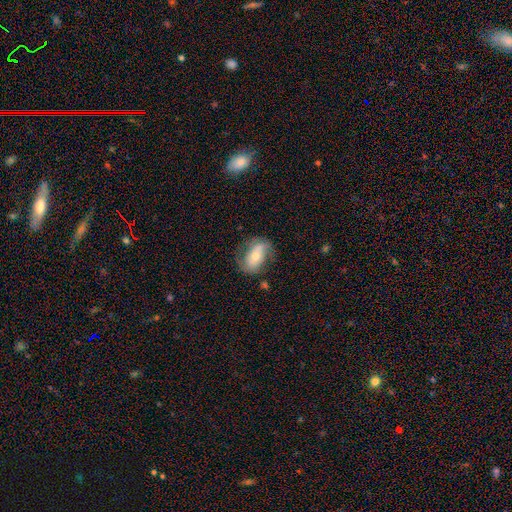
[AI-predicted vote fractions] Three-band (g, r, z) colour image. It shows a featured or disk galaxy (56%) with no bar (49%), spiral arms (78%) and a small central bulge (46%, tied with moderate). Merging: none (63%).